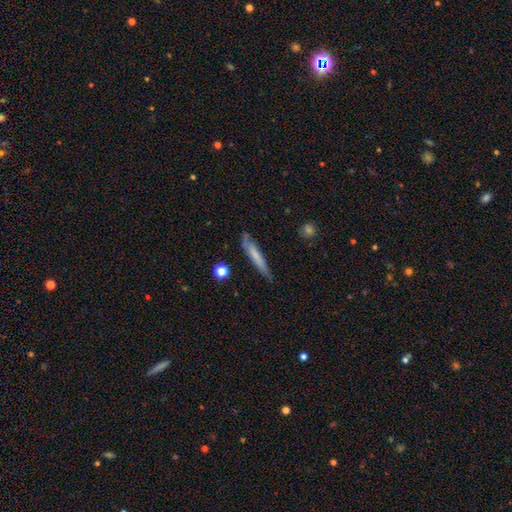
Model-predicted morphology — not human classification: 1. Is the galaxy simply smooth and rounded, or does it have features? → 64% smooth, 30% featured or disk, 6% star or artifact.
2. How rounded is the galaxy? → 92% cigar-shaped, 6% in between, 1% round.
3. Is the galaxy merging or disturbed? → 73% none, 20% minor disturbance, 4% major disturbance, 3% merger.